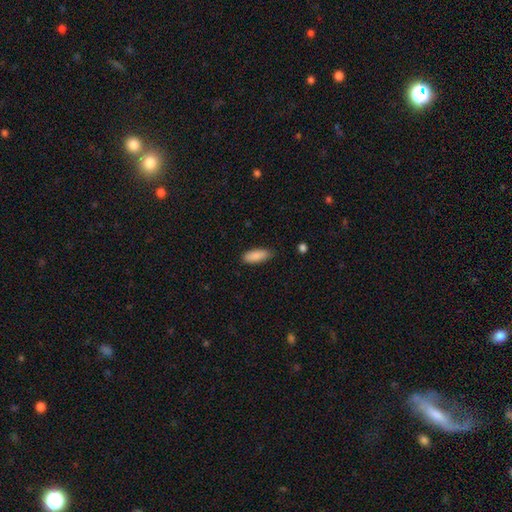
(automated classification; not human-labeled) A smooth galaxy with no disk features (89%) that is in between round and cigar-shaped (73%). Merging: none (82%).